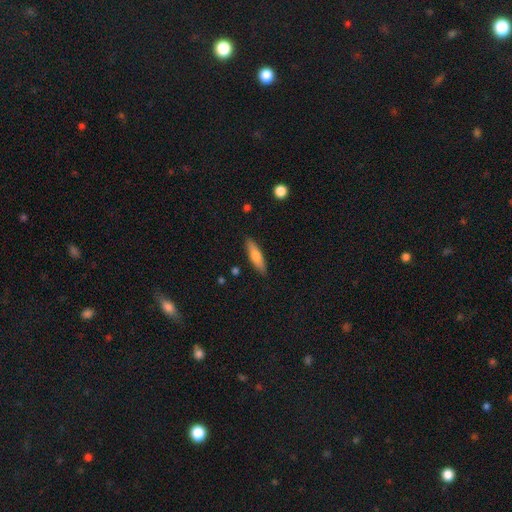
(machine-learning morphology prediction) The model was most divided on "how rounded": cigar-shaped: 64%, in between: 34%, round: 2%. More confident: merging — none (88%); smooth or featured — smooth (69%).